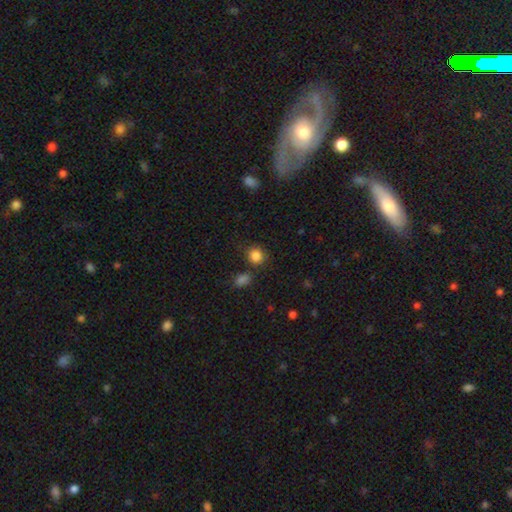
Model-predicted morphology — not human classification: Smooth or featured? Predicted: smooth (p=0.86). How rounded? Predicted: round (p=0.78). Merging? Predicted: none (p=0.76).